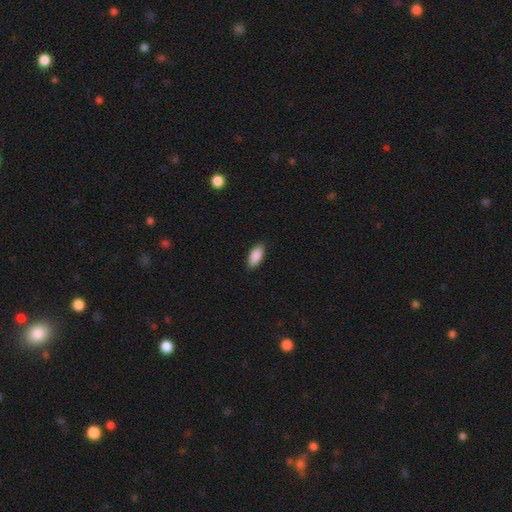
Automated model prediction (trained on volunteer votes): Morphology: type=smooth (89%); roundness=in between (91%); merging=none (88%).